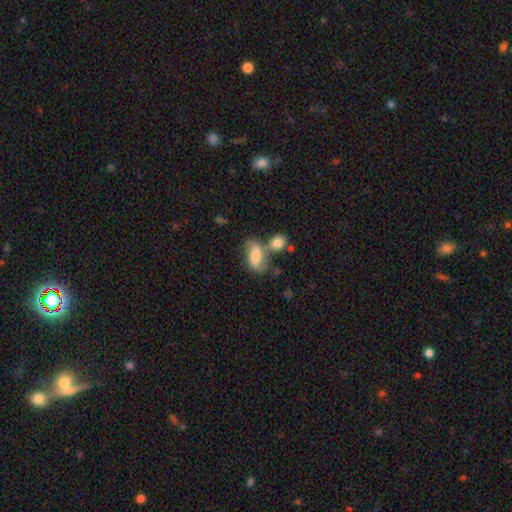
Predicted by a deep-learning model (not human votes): Q: Smooth or featured?
A: smooth (50%); runner-up: featured or disk (41%)
Q: How rounded?
A: in between (86%); runner-up: round (9%)
Q: Merging?
A: none (39%); runner-up: merger (35%)